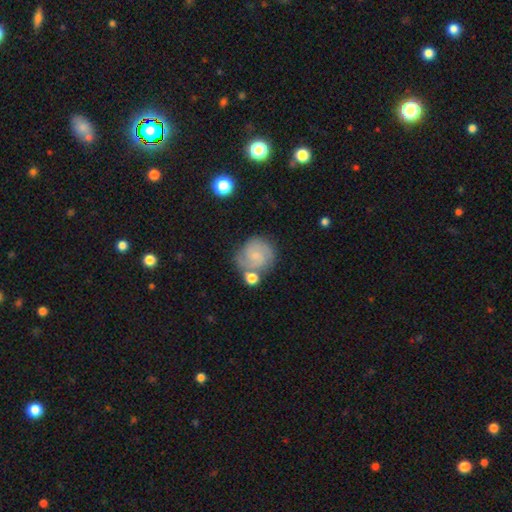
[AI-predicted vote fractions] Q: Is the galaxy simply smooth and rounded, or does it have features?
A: featured or disk — 73%.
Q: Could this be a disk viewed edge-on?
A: no — 98%.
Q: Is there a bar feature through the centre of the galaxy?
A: no — 60%.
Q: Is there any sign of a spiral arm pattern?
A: yes — 95%.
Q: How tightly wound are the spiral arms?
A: tight — 52%.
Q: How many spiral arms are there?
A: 2 — 61%.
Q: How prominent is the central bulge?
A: small — 68%.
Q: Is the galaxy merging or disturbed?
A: none — 65%.